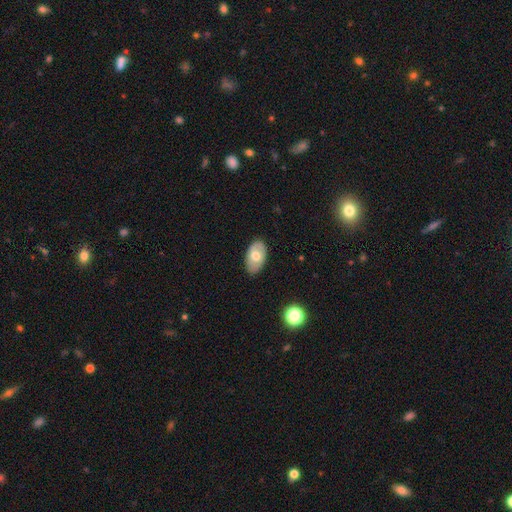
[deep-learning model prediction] This is likely a smooth galaxy (60%). How rounded: clearly in between (92%). Merging: clearly none (84%).